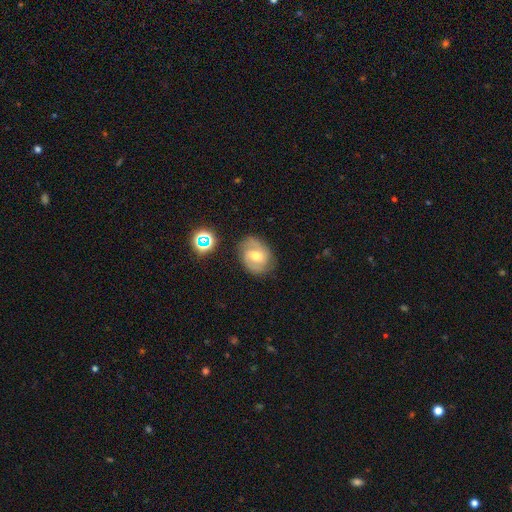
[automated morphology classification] Smooth or featured?
  - featured or disk: 73% *
  - smooth: 19%
  - star or artifact: 8%
Edge-on disk?
  - no: 97% *
  - yes: 3%
Bar?
  - weak: 53% *
  - no: 30%
  - strong: 17%
Spiral arms?
  - yes: 91% *
  - no: 9%
Spiral winding?
  - medium: 49% *
  - tight: 37%
  - loose: 14%
Spiral arm count?
  - 2: 82% *
  - can't tell: 9%
  - 3: 3%
  - 1: 3%
  - 4: 1%
  - more than 4: 1%
Bulge size?
  - moderate: 65% *
  - small: 29%
  - large: 4%
  - none: 1%
  - dominant: 1%
Merging?
  - none: 76% *
  - minor disturbance: 17%
  - major disturbance: 5%
  - merger: 2%